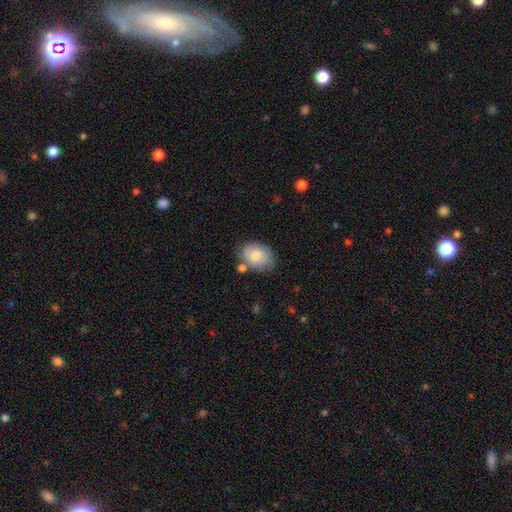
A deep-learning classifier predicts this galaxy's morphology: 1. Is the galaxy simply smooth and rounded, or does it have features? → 77% smooth, 16% featured or disk, 7% star or artifact.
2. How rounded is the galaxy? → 77% in between, 22% round, 1% cigar-shaped.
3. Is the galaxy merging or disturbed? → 62% none, 22% minor disturbance, 10% merger, 7% major disturbance.